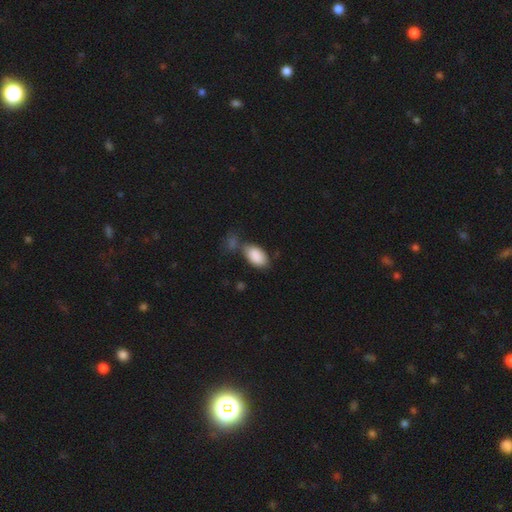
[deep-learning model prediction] A smooth galaxy with no disk features (88%) that is in between round and cigar-shaped (94%). Merging: none (48%).